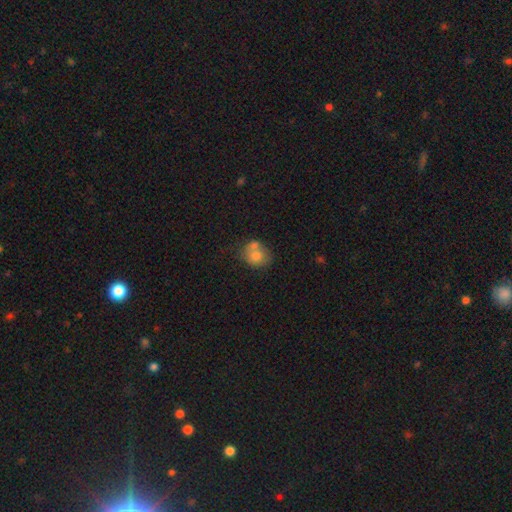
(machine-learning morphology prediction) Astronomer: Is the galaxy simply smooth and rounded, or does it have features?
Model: smooth — 74%.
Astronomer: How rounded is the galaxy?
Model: round — 67%.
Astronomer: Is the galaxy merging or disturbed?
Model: merger — 44% (runner-up: none, 38%).